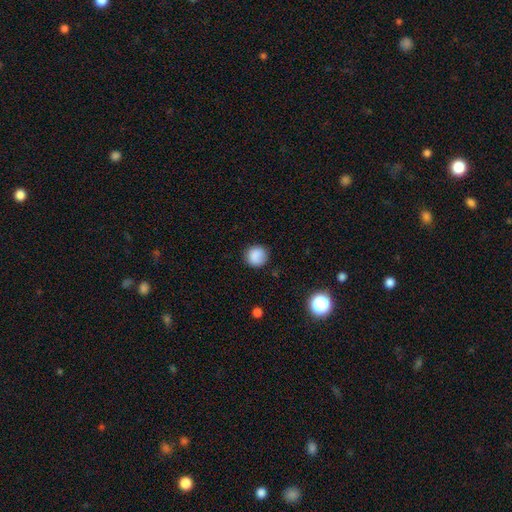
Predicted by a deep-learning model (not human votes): This is clearly a smooth galaxy (85%). How rounded: clearly round (91%). Merging: clearly none (84%).